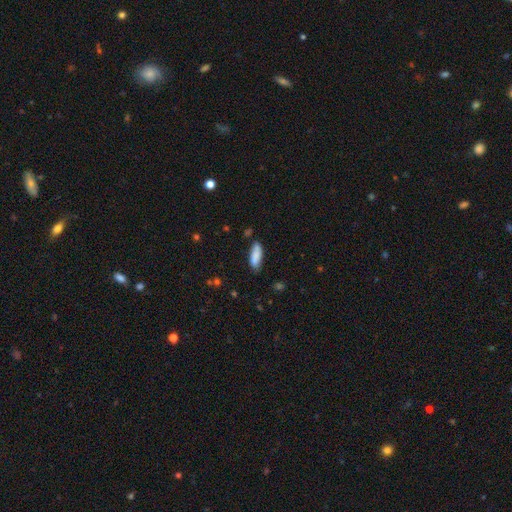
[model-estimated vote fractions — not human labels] smooth 85%, featured or disk 9%, star or artifact 6%. Down the decision tree: how rounded — in between (64%); merging — none (74%).